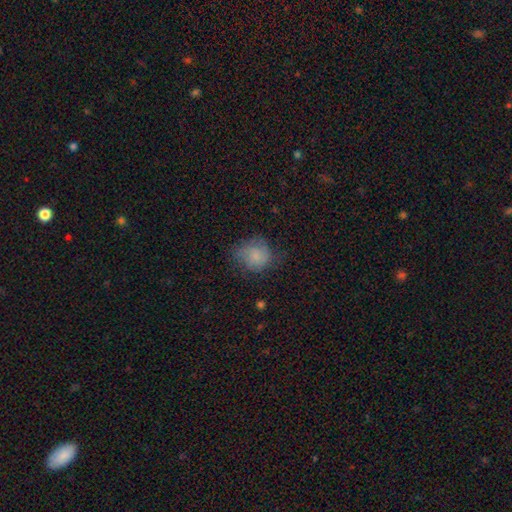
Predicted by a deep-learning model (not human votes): Morphology: type=smooth (77%); roundness=round (78%); merging=none (59%).